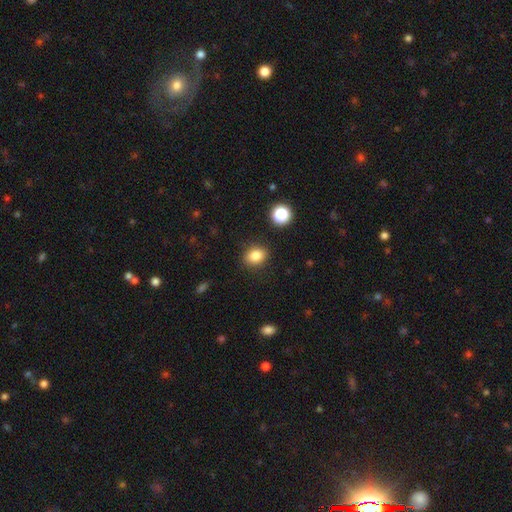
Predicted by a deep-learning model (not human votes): This appears to be a smooth galaxy with no disk features (83%) that is round (52%). Merging: none (87%).